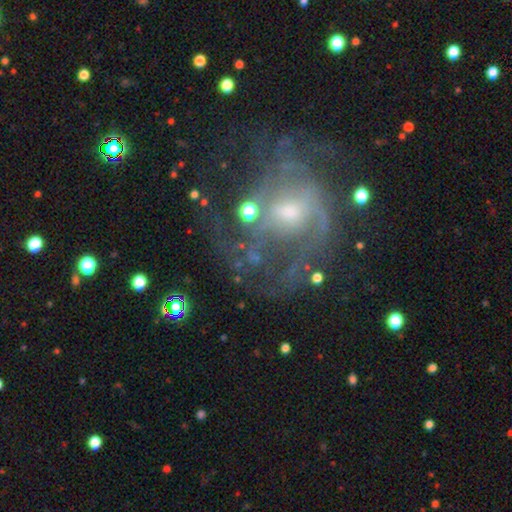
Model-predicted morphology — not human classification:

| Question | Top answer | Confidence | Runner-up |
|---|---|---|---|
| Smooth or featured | featured or disk | 76% | star or artifact (12%) |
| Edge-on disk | no | 97% | yes (3%) |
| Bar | no | 55% | weak (37%) |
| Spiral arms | yes | 82% | no (18%) |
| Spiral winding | medium | 43% | tight (30%) |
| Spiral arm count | can't tell | 36% | 2 (28%) |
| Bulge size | moderate | 45% | small (43%) |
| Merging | none | 49% | major disturbance (28%) |